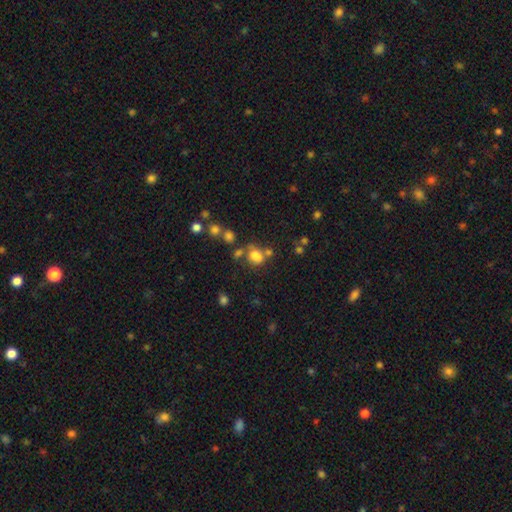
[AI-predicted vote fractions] Overall: smooth (71%). How rounded: in between (59%; round 40%). Merging: none (44%; merger 29%).